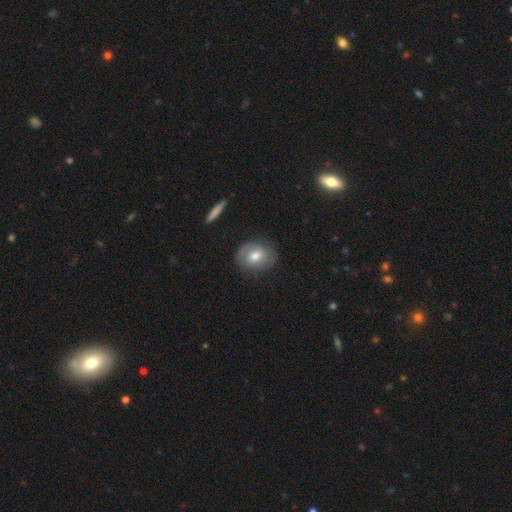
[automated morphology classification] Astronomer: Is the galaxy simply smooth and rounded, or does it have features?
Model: smooth — 64%.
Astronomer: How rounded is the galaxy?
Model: in between — 52% (runner-up: round, 46%).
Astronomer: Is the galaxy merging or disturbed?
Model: none — 79%.